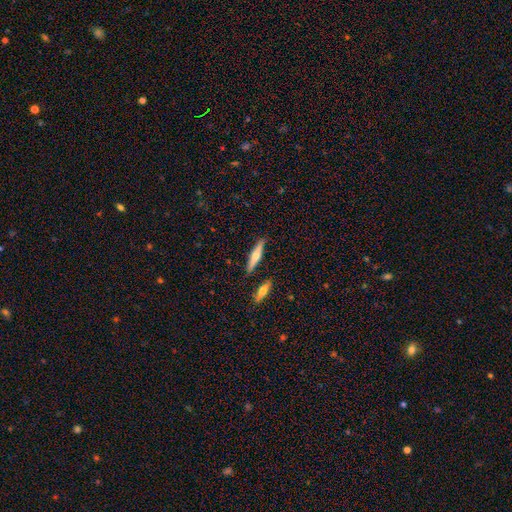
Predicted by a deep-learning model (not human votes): smooth-or-featured: smooth: 47% | featured or disk: 46% | star or artifact: 6%
  merging: none: 84% | minor disturbance: 10% | merger: 5% | major disturbance: 2%